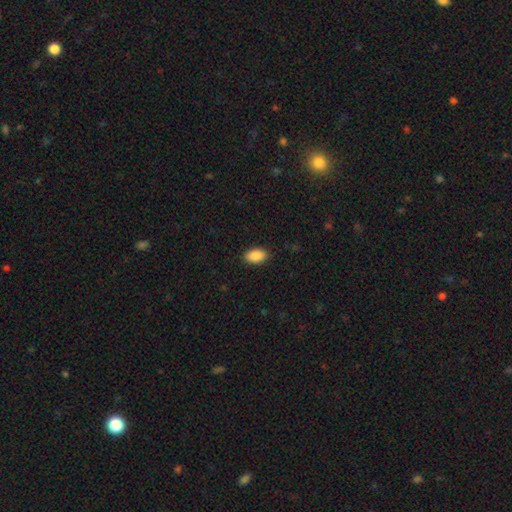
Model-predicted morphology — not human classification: Q: Smooth or featured?
A: smooth (90%); runner-up: star or artifact (7%)
Q: How rounded?
A: in between (93%); runner-up: round (5%)
Q: Merging?
A: none (89%); runner-up: minor disturbance (8%)